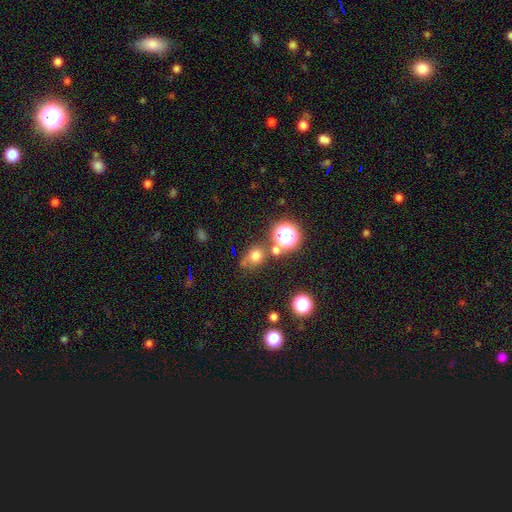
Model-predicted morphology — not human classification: Overall: smooth (68%). How rounded: round (71%). Merging: none (61%).